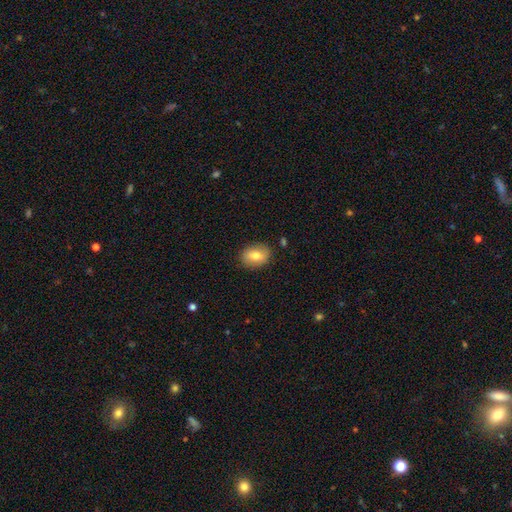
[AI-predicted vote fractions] Smooth or featured: smooth — 75% (featured or disk — 17%)
How rounded: in between — 64% (round — 35%)
Merging: none — 86% (minor disturbance — 10%)